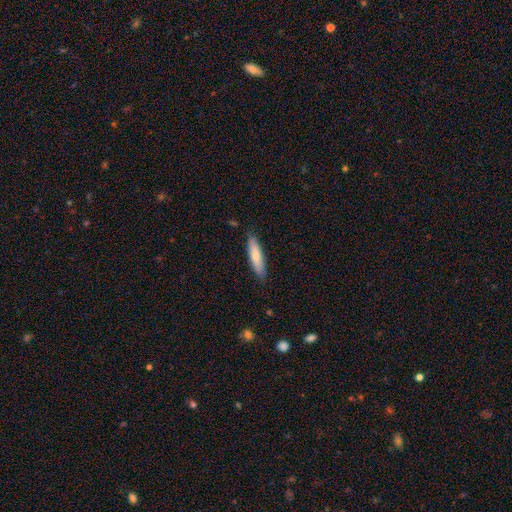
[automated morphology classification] A smooth galaxy with no disk features (74%) that is cigar-shaped (73%).

Vote fractions:
- Smooth or featured? smooth: 74% / featured or disk: 21% / star or artifact: 5%
- How rounded? cigar-shaped: 73% / in between: 25% / round: 1%
- Merging? none: 84% / minor disturbance: 12% / major disturbance: 2% / merger: 1%